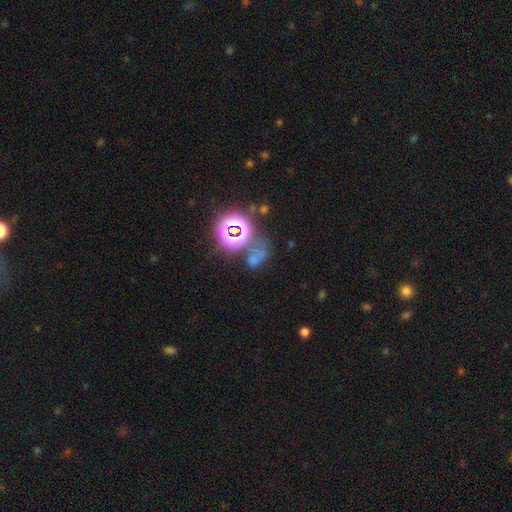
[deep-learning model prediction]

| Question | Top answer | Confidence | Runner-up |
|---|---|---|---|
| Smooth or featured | star or artifact | 44% | smooth (42%) |